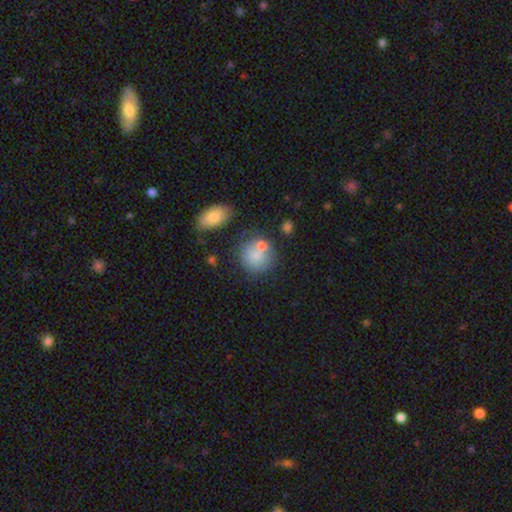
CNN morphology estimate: Smooth or featured: smooth — 76% (featured or disk — 15%)
How rounded: round — 85% (in between — 14%)
Merging: none — 55% (merger — 24%)